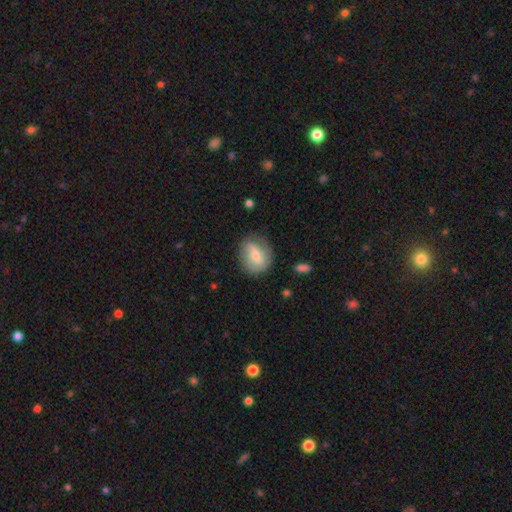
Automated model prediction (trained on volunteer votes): The model was most divided on "how rounded": round: 60%, in between: 39%, cigar-shaped: 2%. More confident: merging — none (73%); smooth or featured — smooth (58%).